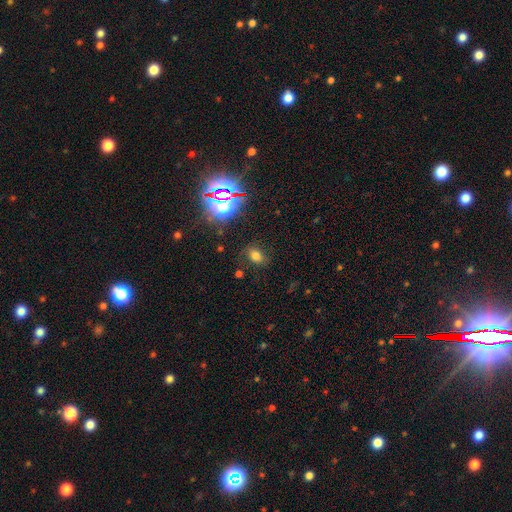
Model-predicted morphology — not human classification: Smooth or featured?
  - smooth: 68% *
  - star or artifact: 24%
  - featured or disk: 8%
How rounded?
  - in between: 67% *
  - round: 32%
  - cigar-shaped: 1%
Merging?
  - none: 81% *
  - minor disturbance: 12%
  - major disturbance: 4%
  - merger: 2%